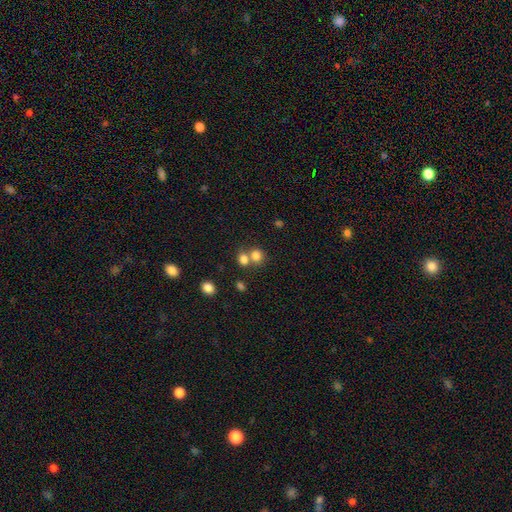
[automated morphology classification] Smooth or featured?
  - smooth: 78% *
  - star or artifact: 13%
  - featured or disk: 9%
How rounded?
  - round: 73% *
  - in between: 26%
  - cigar-shaped: 1%
Merging?
  - merger: 46% *
  - none: 44%
  - minor disturbance: 7%
  - major disturbance: 3%